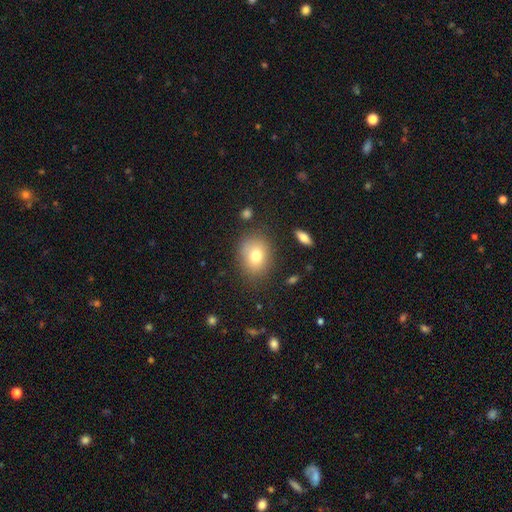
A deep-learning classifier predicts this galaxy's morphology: The model was most divided on "how rounded": round: 53%, in between: 46%, cigar-shaped: 1%. More confident: merging — none (81%); smooth or featured — smooth (76%).